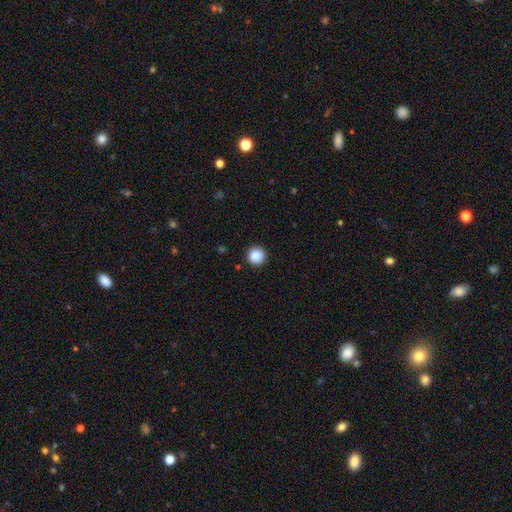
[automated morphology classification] Smooth or featured? Predicted: smooth (p=0.88). How rounded? Predicted: round (p=0.95). Merging? Predicted: none (p=0.92).